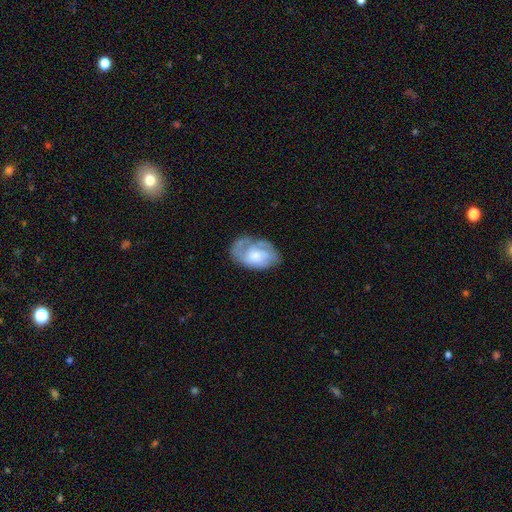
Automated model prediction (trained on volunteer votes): Smooth or featured: featured or disk — 53% (smooth — 41%)
Edge-on disk: no — 96% (yes — 4%)
Bar: no — 78% (weak — 19%)
Spiral arms: yes — 70% (no — 30%)
Bulge size: moderate — 40% (small — 27%)
Merging: none — 52% (minor disturbance — 29%)